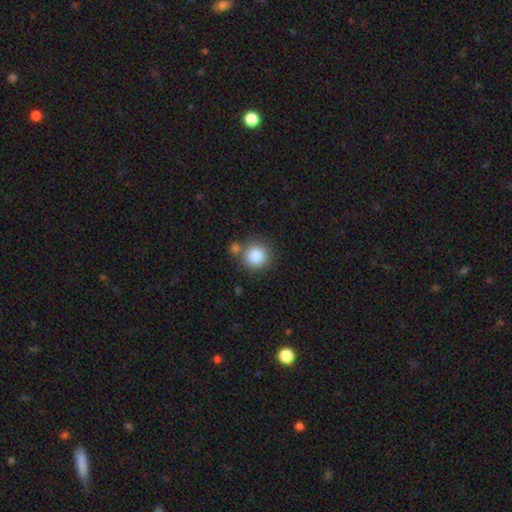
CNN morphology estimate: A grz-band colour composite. It shows a smooth galaxy with no disk features (86%) that is round (92%). Merging: none (71%).